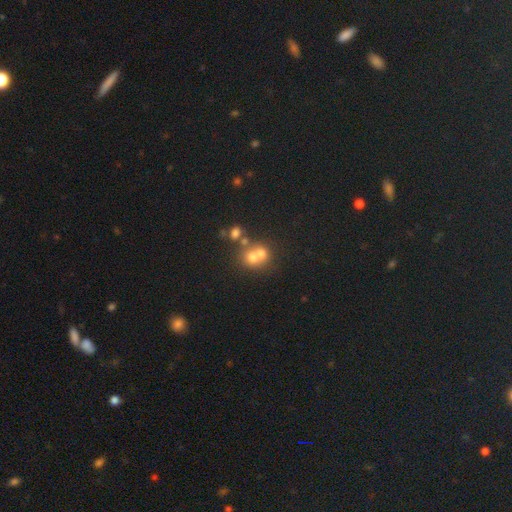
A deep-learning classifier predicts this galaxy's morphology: Smooth or featured? smooth (63%)
How rounded? round (78%)
Merging? merger (57%)